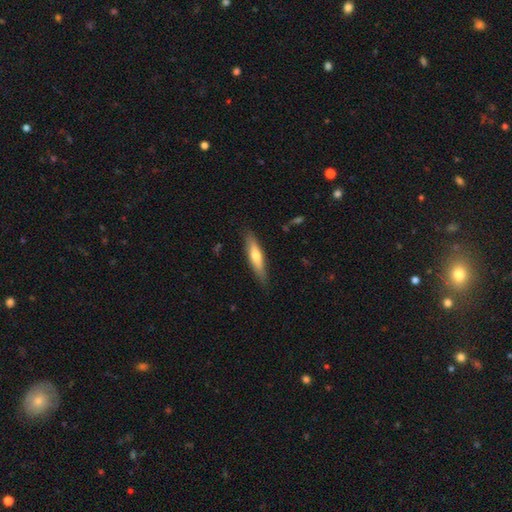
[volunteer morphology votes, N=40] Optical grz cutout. It shows a smooth galaxy with no disk features (52%) that is cigar-shaped (95%). Merging: none (69%).